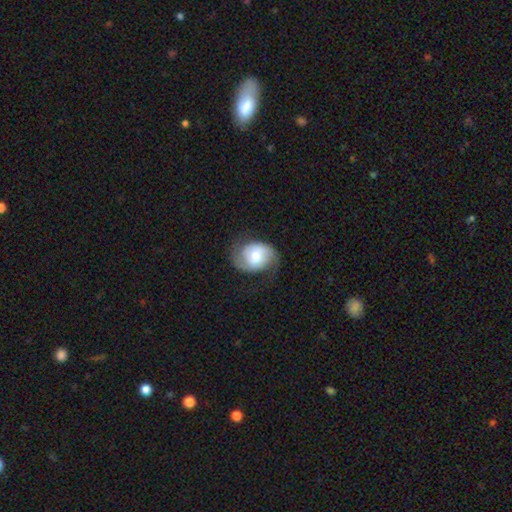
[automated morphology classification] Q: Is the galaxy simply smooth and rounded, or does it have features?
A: featured or disk — 55%.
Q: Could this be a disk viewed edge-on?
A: no — 97%.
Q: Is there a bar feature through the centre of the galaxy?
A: no — 57%.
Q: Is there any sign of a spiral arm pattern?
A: yes — 83%.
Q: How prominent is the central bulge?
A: moderate — 60%.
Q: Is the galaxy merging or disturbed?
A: none — 61%.